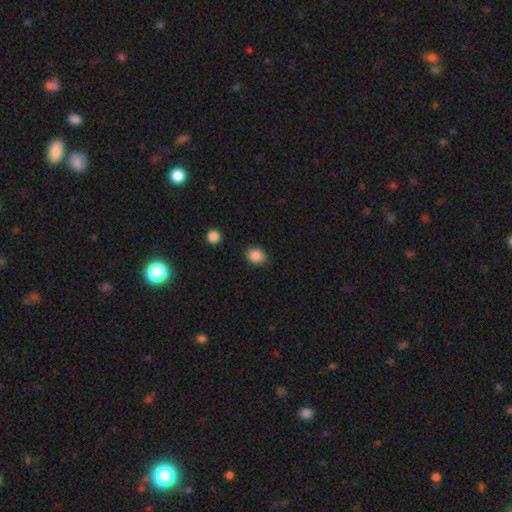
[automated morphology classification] A smooth galaxy with no disk features (87%) that is in between round and cigar-shaped (55%). Merging: none (85%).